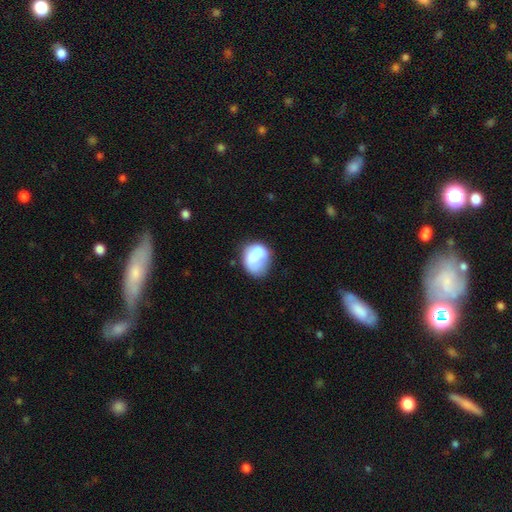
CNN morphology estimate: Smooth or featured? Predicted: smooth (p=0.70). How rounded? Predicted: in between (p=0.57). Merging? Predicted: none (p=0.38).